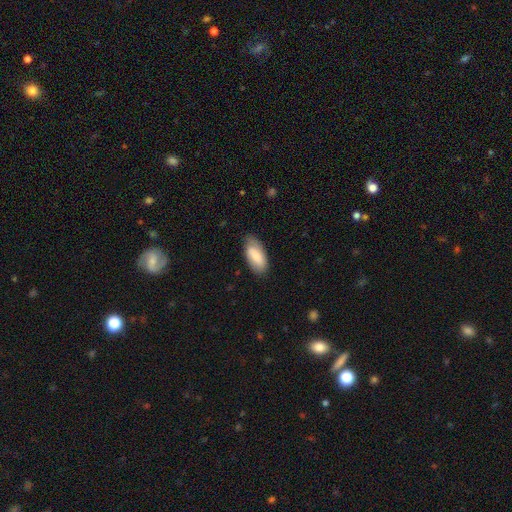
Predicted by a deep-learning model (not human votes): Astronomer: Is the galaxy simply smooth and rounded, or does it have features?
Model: smooth — 74%.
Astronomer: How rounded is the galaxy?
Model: in between — 89%.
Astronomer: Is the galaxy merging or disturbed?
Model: none — 75%.